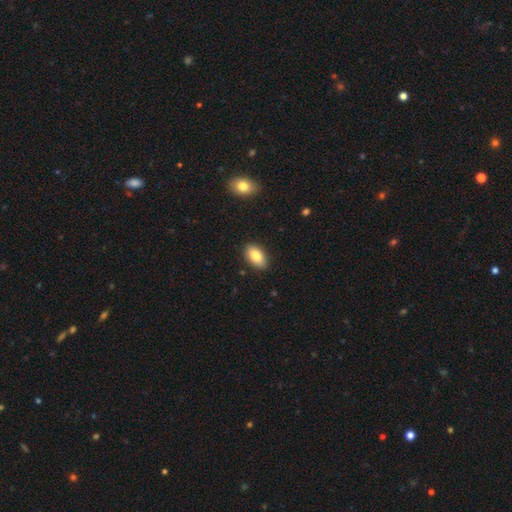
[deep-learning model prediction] smooth 86%, featured or disk 7%, star or artifact 7%. Down the decision tree: how rounded — in between (94%); merging — none (88%).